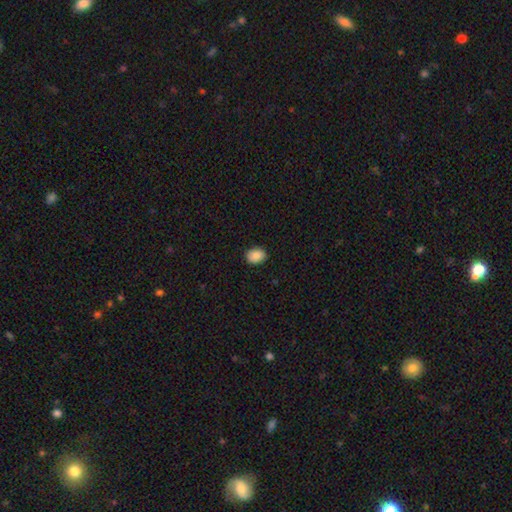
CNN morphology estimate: Q: Smooth or featured?
A: smooth (89%); runner-up: star or artifact (8%)
Q: How rounded?
A: in between (65%); runner-up: round (34%)
Q: Merging?
A: none (88%); runner-up: minor disturbance (9%)